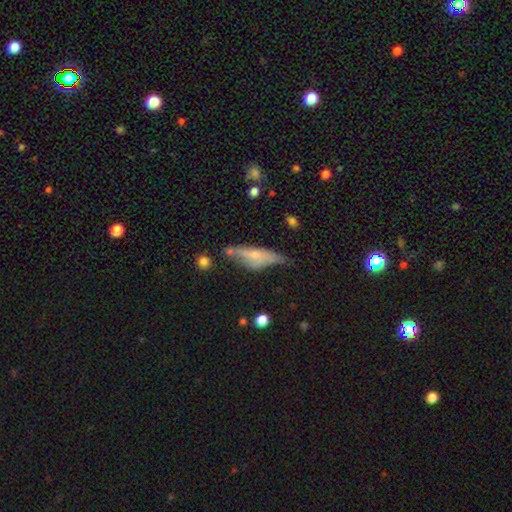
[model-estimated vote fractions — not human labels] The model was most divided on "smooth or featured": smooth: 47%, featured or disk: 45%, star or artifact: 8%. Remaining: merging — none (40%).